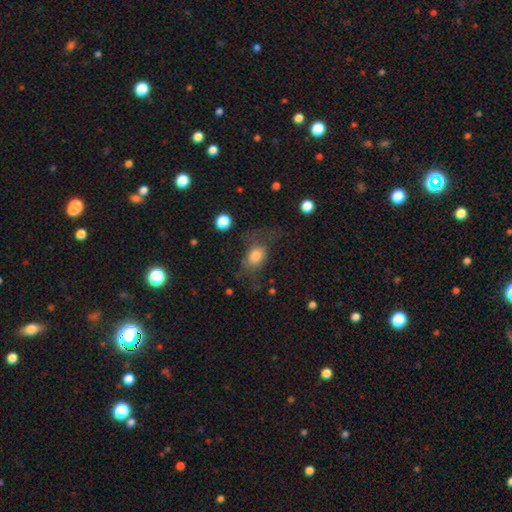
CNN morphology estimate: The model was most divided on "merging": none: 41%, major disturbance: 33%, minor disturbance: 22%, merger: 3%. More confident: smooth or featured — smooth (68%); how rounded — in between (65%).